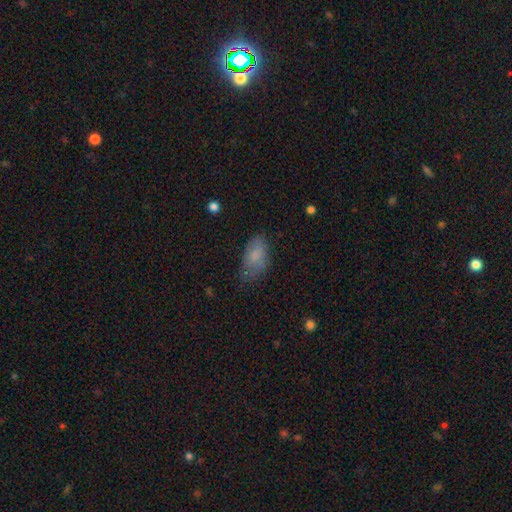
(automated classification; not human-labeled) Overall: smooth (78%). How rounded: in between (92%). Merging: none (61%; minor disturbance 28%).